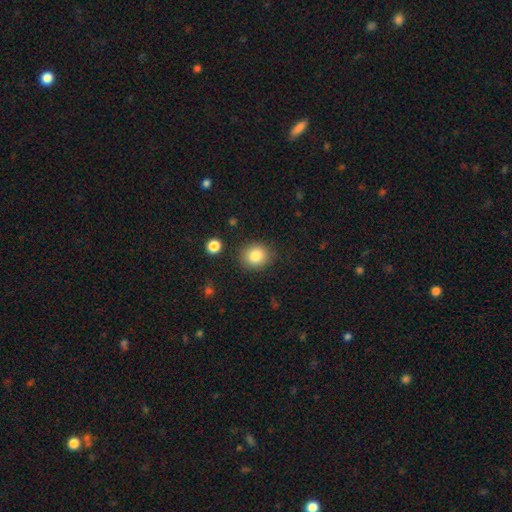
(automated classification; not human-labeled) Morphology: type=smooth (83%); roundness=round (80%); merging=none (86%).